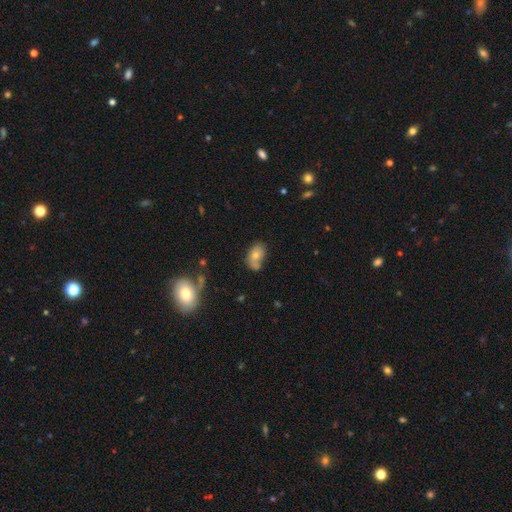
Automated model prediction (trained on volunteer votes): This is likely a smooth galaxy (72%). How rounded: clearly in between (86%). Merging: possibly none (46%).